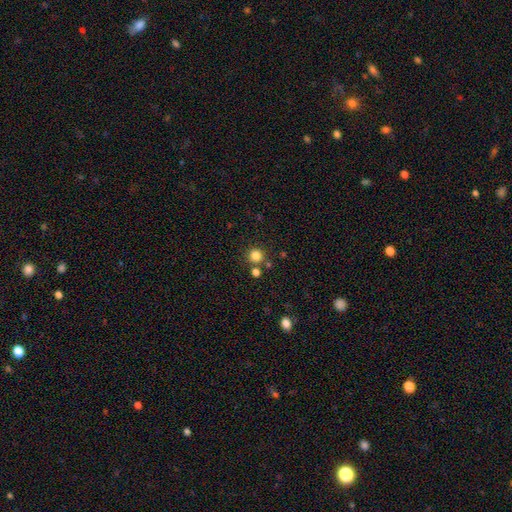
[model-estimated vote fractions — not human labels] smooth-or-featured: smooth: 82% | star or artifact: 13% | featured or disk: 4%
  how-rounded: round: 93% | in between: 6% | cigar-shaped: 1%
  merging: none: 78% | merger: 12% | minor disturbance: 7% | major disturbance: 3%